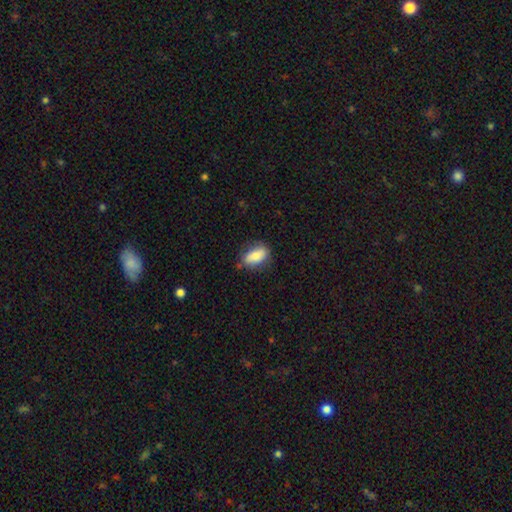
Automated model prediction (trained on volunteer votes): This appears to be a smooth galaxy with no disk features (77%) that is in between round and cigar-shaped (88%). Merging: none (73%).